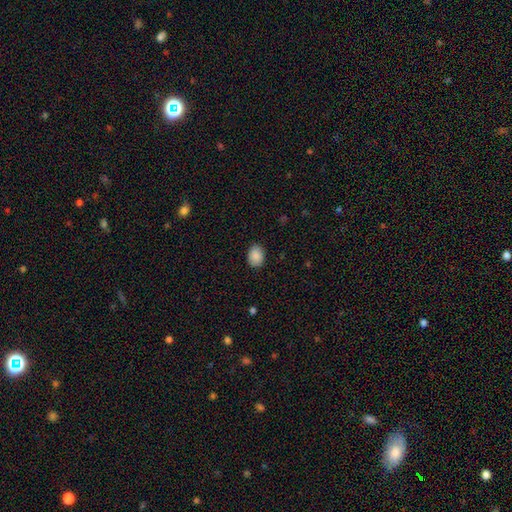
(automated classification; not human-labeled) This is clearly a smooth galaxy (89%). How rounded: likely in between (68%). Merging: clearly none (87%).